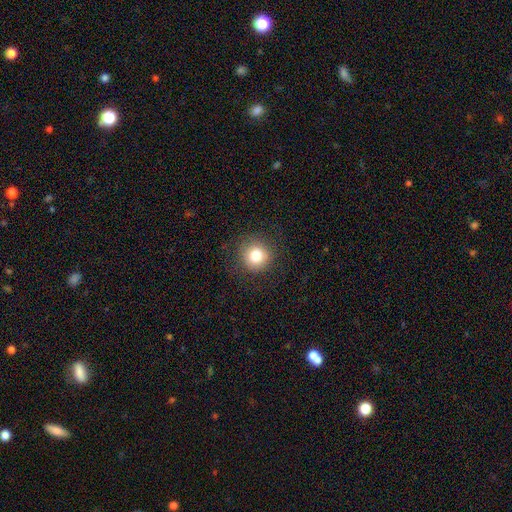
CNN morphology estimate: type=smooth (82%); roundness=round (93%); merging=none (87%).